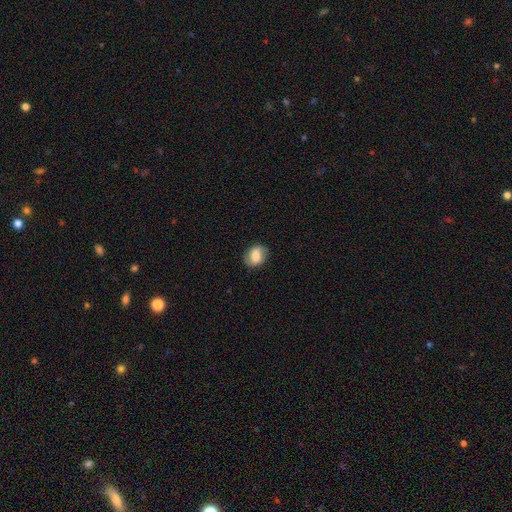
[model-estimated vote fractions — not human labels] Q: Smooth or featured?
A: smooth (72%); runner-up: featured or disk (19%)
Q: How rounded?
A: in between (62%); runner-up: round (37%)
Q: Merging?
A: none (79%); runner-up: minor disturbance (15%)